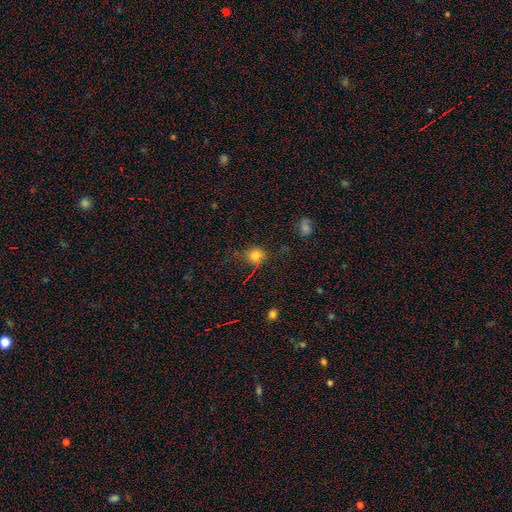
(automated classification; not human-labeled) Smooth or featured? smooth (77%)
How rounded? round (87%)
Merging? none (74%)